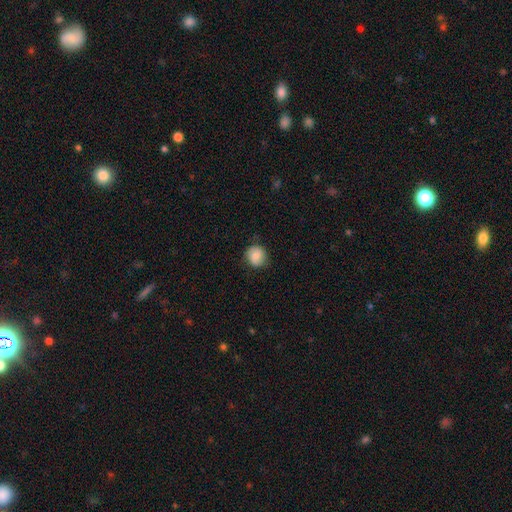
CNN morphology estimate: Overall: smooth (81%). How rounded: round (83%). Merging: none (74%).